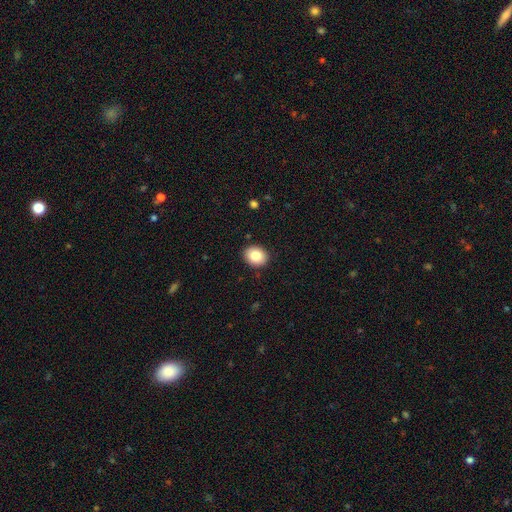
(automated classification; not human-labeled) Smooth or featured? smooth (84%)
How rounded? round (59%)
Merging? none (91%)